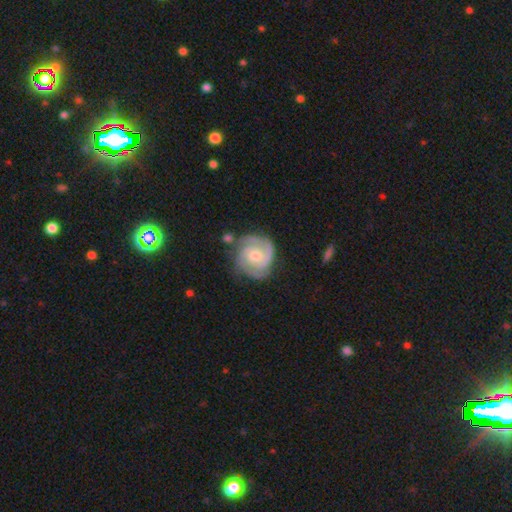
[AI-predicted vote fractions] A featured or disk galaxy (89%) with no bar (59%), 2 (45%) tight (71%) spiral arms (98%) and a moderate central bulge (53%).

Vote fractions:
- Smooth or featured? featured or disk: 89% / smooth: 6% / star or artifact: 4%
- Edge-on disk? no: 98% / yes: 2%
- Bar? no: 59% / weak: 33% / strong: 7%
- Spiral arms? yes: 98% / no: 2%
- Spiral winding? tight: 71% / medium: 26% / loose: 4%
- Spiral arm count? 2: 45% / 3: 36% / can't tell: 9% / 4: 4% / 1: 3% / more than 4: 3%
- Bulge size? moderate: 53% / small: 43% / large: 2% / none: 1% / dominant: 1%
- Merging? none: 74% / minor disturbance: 18% / major disturbance: 5% / merger: 3%